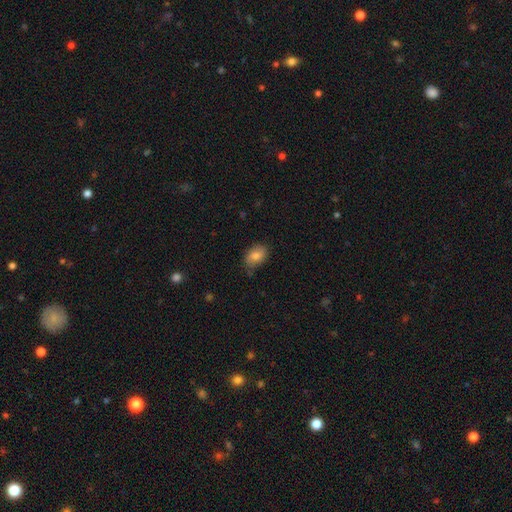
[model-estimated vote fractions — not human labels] smooth_or_featured: smooth (p=0.81) [alt: featured or disk p=0.11]
how_rounded: in between (p=0.82) [alt: round p=0.16]
merging: none (p=0.73) [alt: minor disturbance p=0.22]